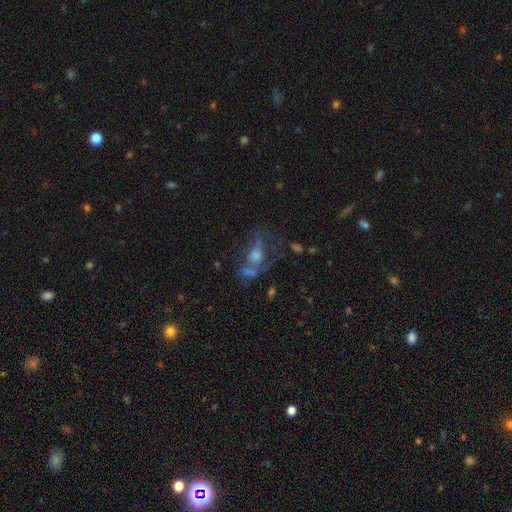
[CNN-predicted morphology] smooth_or_featured: featured or disk (p=0.49) [alt: smooth p=0.28]
merging: none (p=0.34) [alt: merger p=0.26]